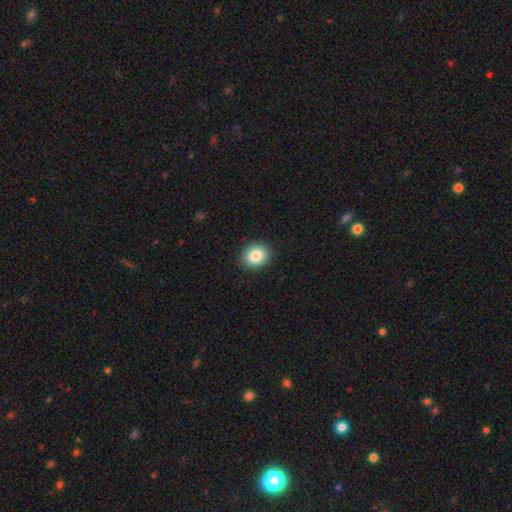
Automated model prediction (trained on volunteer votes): Q: Smooth or featured?
A: smooth (84%); runner-up: star or artifact (9%)
Q: How rounded?
A: round (65%); runner-up: in between (34%)
Q: Merging?
A: none (90%); runner-up: minor disturbance (7%)